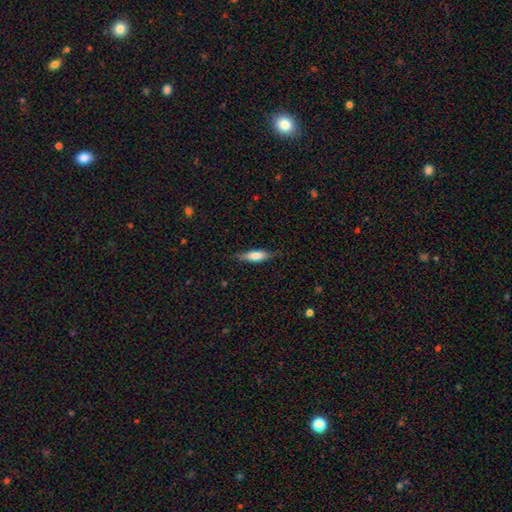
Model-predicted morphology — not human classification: smooth-or-featured: smooth: 66% | featured or disk: 28% | star or artifact: 6%
  how-rounded: cigar-shaped: 59% | in between: 39% | round: 2%
  merging: none: 80% | minor disturbance: 16% | major disturbance: 4% | merger: 1%